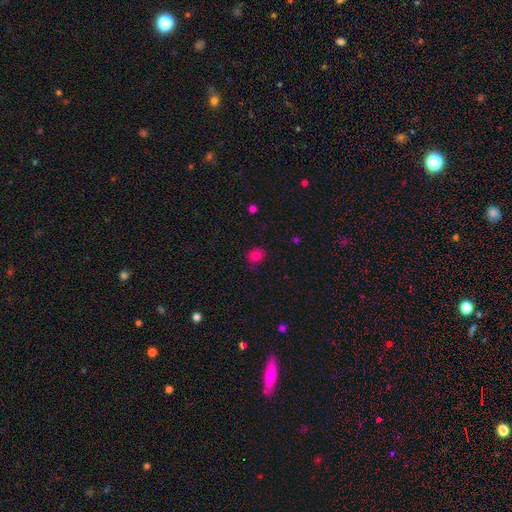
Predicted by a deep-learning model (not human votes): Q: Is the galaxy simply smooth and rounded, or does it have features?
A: smooth — 79%.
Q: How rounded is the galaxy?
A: round — 74%.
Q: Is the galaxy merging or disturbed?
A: none — 81%.